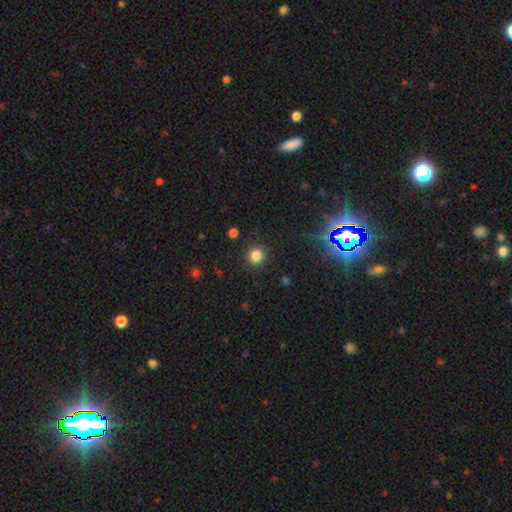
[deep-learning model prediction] Smooth or featured? Predicted: smooth (p=0.81). How rounded? Predicted: round (p=0.93). Merging? Predicted: none (p=0.90).